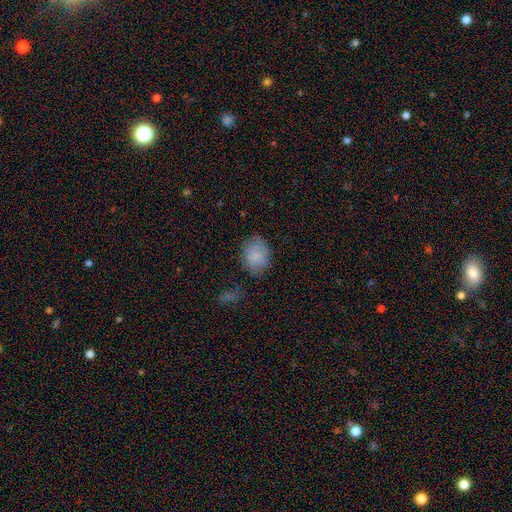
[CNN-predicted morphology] Overall: smooth (84%). How rounded: in between (57%; round 41%). Merging: none (74%).